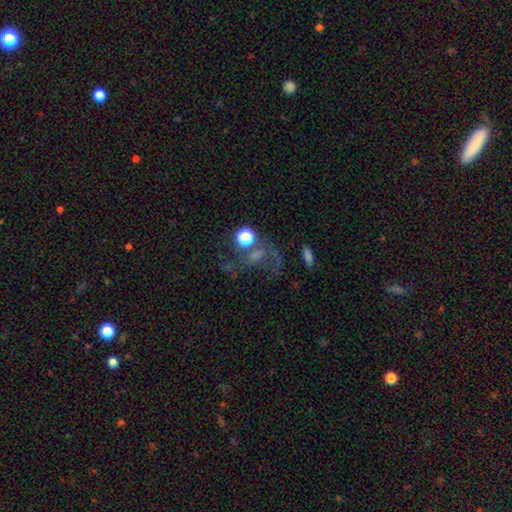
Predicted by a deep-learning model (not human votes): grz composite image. It shows a featured or disk galaxy (41%). Merging: none (38%).